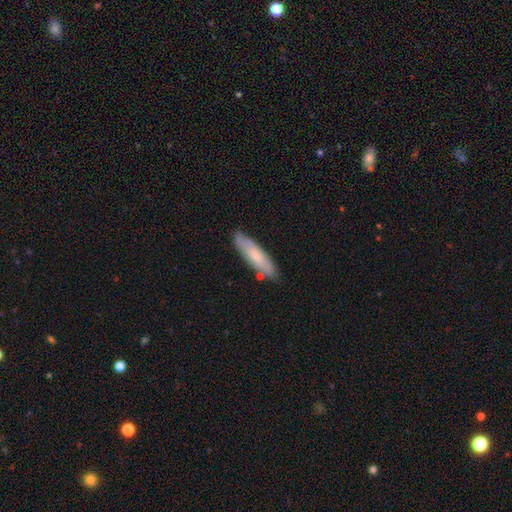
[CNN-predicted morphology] Smooth or featured?
  - smooth: 61% *
  - featured or disk: 33%
  - star or artifact: 6%
How rounded?
  - cigar-shaped: 66% *
  - in between: 33%
  - round: 1%
Merging?
  - none: 79% *
  - minor disturbance: 15%
  - merger: 3%
  - major disturbance: 3%